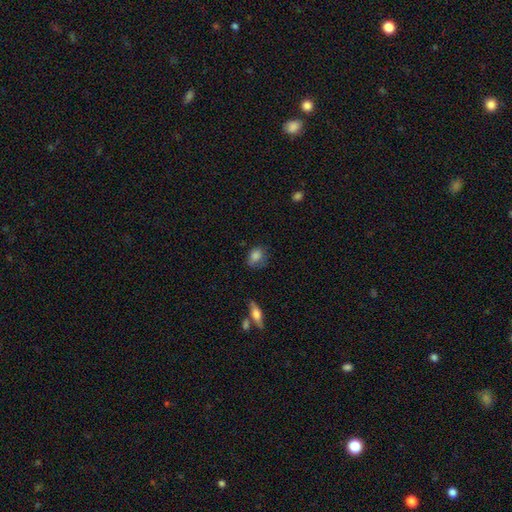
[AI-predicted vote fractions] Smooth or featured?
  - smooth: 81% *
  - featured or disk: 10%
  - star or artifact: 9%
How rounded?
  - in between: 59% *
  - round: 39%
  - cigar-shaped: 2%
Merging?
  - none: 55% *
  - minor disturbance: 31%
  - major disturbance: 10%
  - merger: 3%